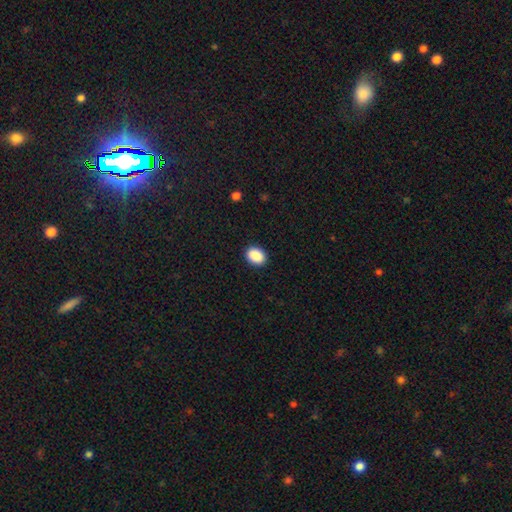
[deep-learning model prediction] Morphology: type=smooth (90%); roundness=in between (65%); merging=none (90%).